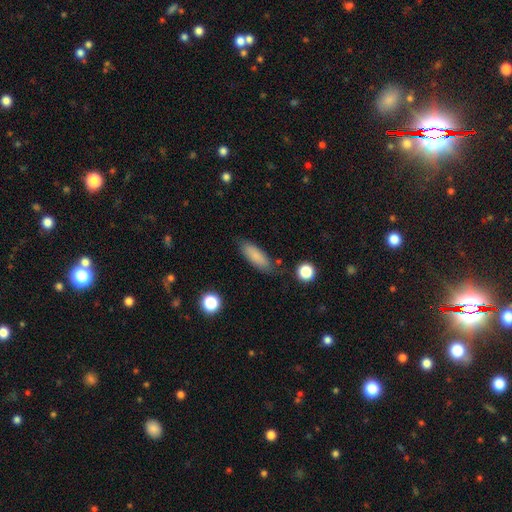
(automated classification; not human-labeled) A smooth galaxy with no disk features (82%) that is in between round and cigar-shaped (60%).

Vote fractions:
- Smooth or featured? smooth: 82% / featured or disk: 10% / star or artifact: 7%
- How rounded? in between: 60% / cigar-shaped: 38% / round: 2%
- Merging? none: 77% / minor disturbance: 16% / major disturbance: 4% / merger: 3%